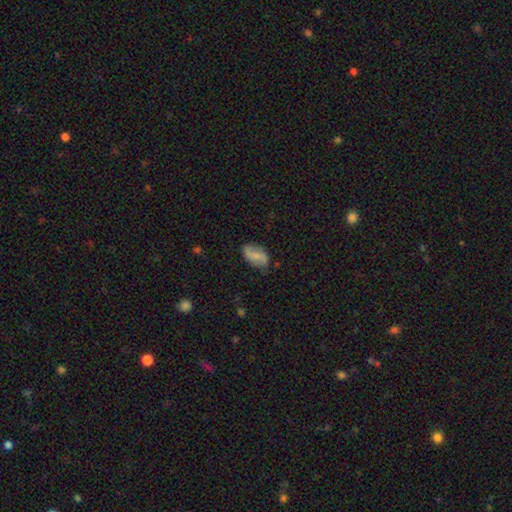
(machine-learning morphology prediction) Smooth or featured? smooth (52%)
How rounded? in between (92%)
Merging? none (74%)